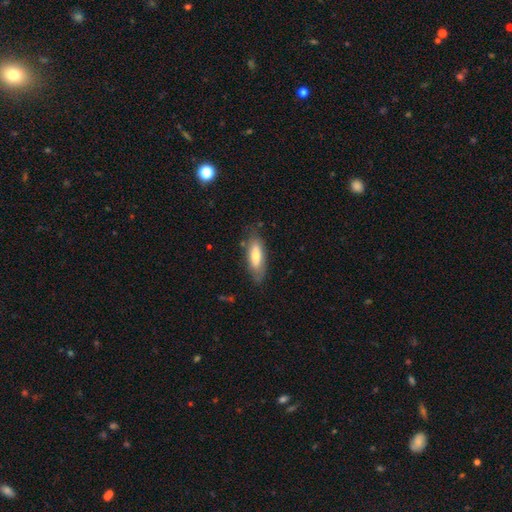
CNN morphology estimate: Smooth or featured: smooth — 69% (featured or disk — 25%)
How rounded: in between — 61% (cigar-shaped — 38%)
Merging: none — 77% (minor disturbance — 17%)